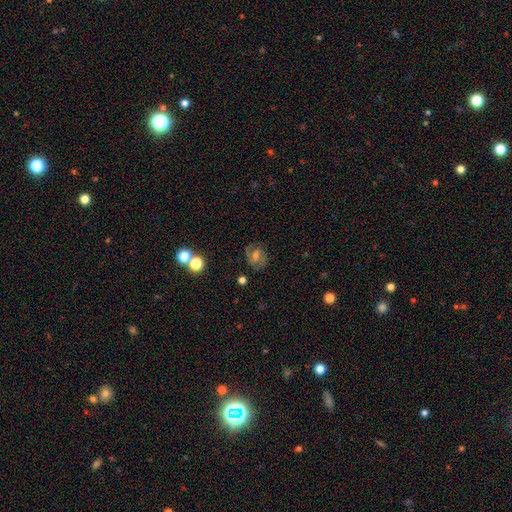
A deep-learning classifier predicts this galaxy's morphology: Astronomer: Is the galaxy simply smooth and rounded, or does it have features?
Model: featured or disk — 62%.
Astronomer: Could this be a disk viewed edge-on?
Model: no — 97%.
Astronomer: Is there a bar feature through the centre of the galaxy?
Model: weak — 50% (runner-up: no, 31%).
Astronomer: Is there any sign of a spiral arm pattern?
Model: yes — 87%.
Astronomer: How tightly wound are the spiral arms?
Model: medium — 48% (runner-up: tight, 37%).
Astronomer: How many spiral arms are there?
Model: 2 — 80%.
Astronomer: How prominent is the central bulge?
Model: moderate — 52% (runner-up: small, 33%).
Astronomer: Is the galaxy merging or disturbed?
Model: none — 79%.